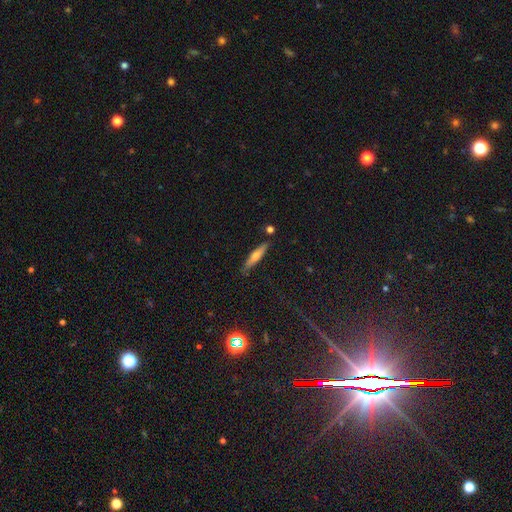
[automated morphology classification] A smooth galaxy with no disk features (49%). Merging: none (86%).